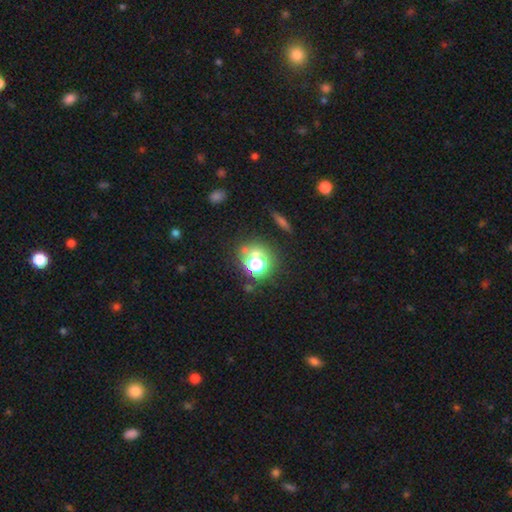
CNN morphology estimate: Smooth or featured: smooth — 51% (star or artifact — 37%)
How rounded: round — 82% (in between — 16%)
Merging: none — 70% (minor disturbance — 15%)